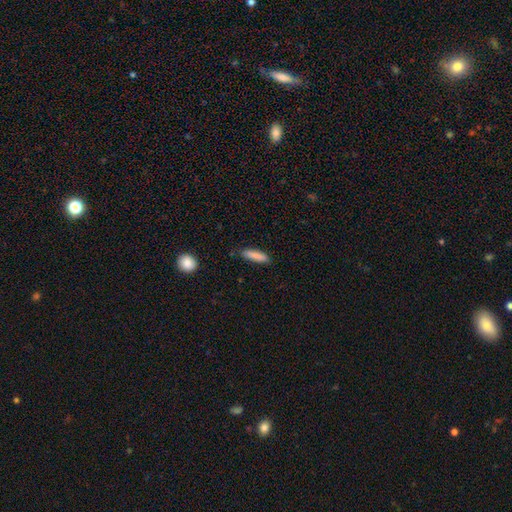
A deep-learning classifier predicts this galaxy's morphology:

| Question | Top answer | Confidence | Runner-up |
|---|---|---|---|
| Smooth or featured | smooth | 85% | featured or disk (8%) |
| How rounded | cigar-shaped | 75% | in between (23%) |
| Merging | none | 83% | minor disturbance (13%) |